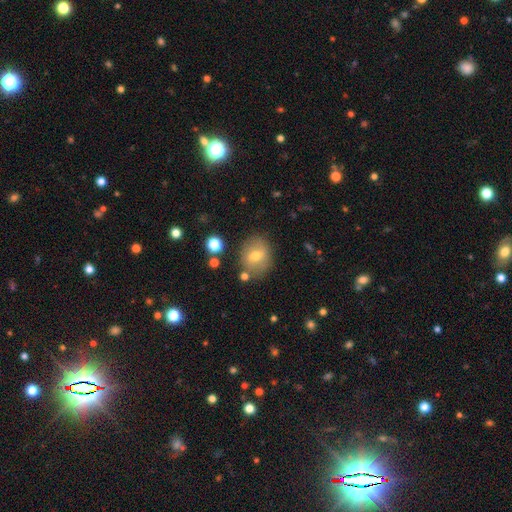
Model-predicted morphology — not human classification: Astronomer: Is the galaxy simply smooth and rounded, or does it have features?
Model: smooth — 62%.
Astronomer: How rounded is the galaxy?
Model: round — 60% (runner-up: in between, 39%).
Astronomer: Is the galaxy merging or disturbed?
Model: none — 76%.